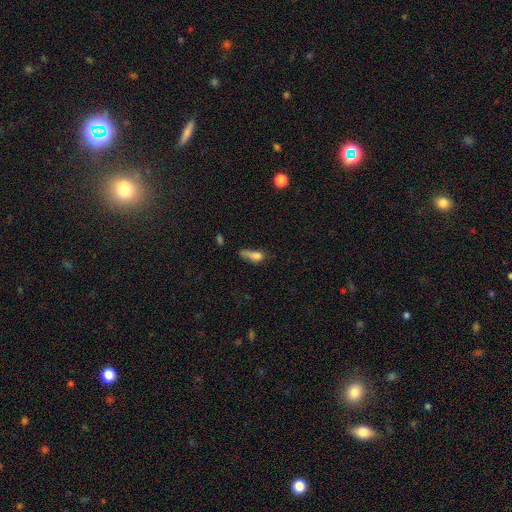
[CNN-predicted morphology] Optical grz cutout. It shows a smooth galaxy with no disk features (70%) that is in between round and cigar-shaped (57%). Merging: major disturbance (35%).